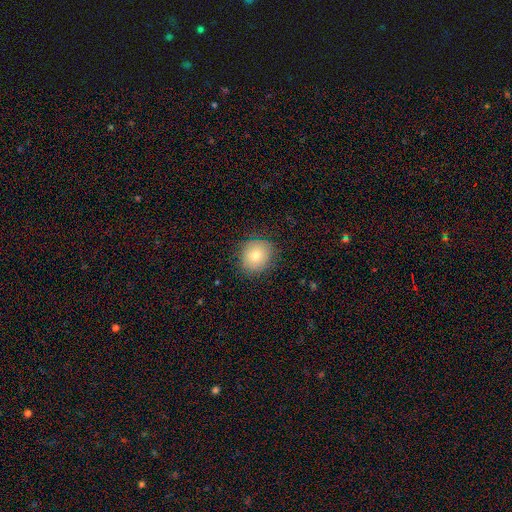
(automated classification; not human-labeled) smooth 77%, featured or disk 13%, star or artifact 10%. Down the decision tree: how rounded — round (80%); merging — none (85%).